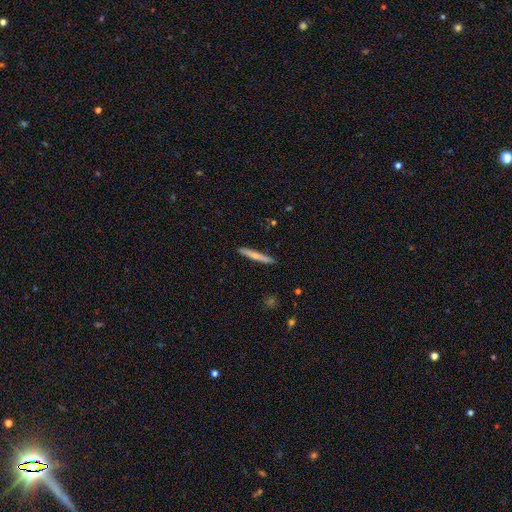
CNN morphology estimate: Q: Smooth or featured?
A: smooth (61%); runner-up: featured or disk (34%)
Q: How rounded?
A: cigar-shaped (96%); runner-up: in between (3%)
Q: Merging?
A: none (91%); runner-up: minor disturbance (7%)